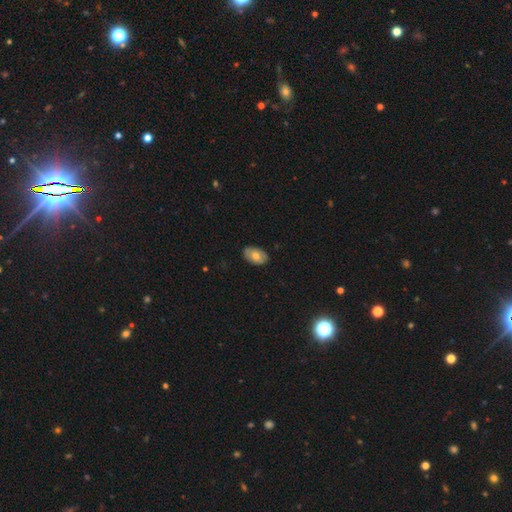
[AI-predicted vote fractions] Q: Smooth or featured?
A: smooth (67%); runner-up: featured or disk (26%)
Q: How rounded?
A: in between (91%); runner-up: round (8%)
Q: Merging?
A: none (83%); runner-up: minor disturbance (13%)